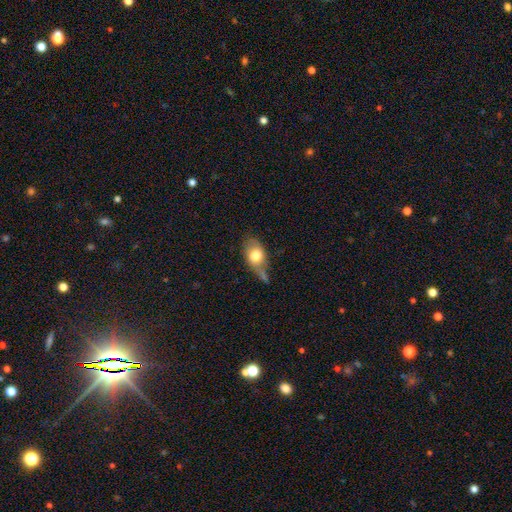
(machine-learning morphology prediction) type=smooth (70%); roundness=in between (80%); merging=none (40%).